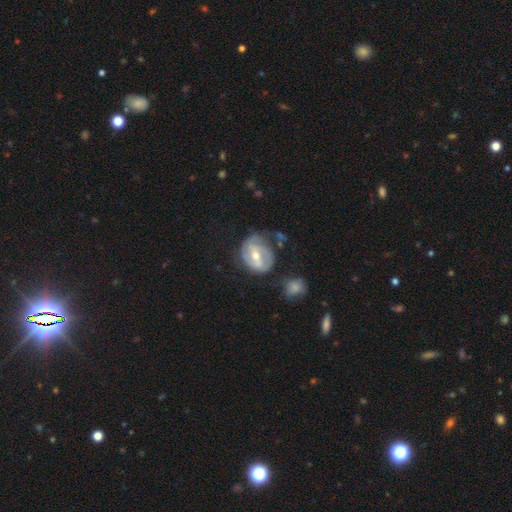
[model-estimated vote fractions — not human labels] Smooth or featured?
  - featured or disk: 76% *
  - smooth: 19%
  - star or artifact: 5%
Edge-on disk?
  - no: 97% *
  - yes: 3%
Bar?
  - weak: 46% *
  - strong: 31%
  - no: 23%
Spiral arms?
  - yes: 84% *
  - no: 16%
Spiral winding?
  - tight: 44% *
  - medium: 39%
  - loose: 17%
Spiral arm count?
  - 2: 59% *
  - can't tell: 21%
  - 3: 10%
  - 1: 7%
  - 4: 2%
  - more than 4: 2%
Bulge size?
  - moderate: 62% *
  - small: 33%
  - large: 3%
  - none: 1%
  - dominant: 1%
Merging?
  - none: 52% *
  - minor disturbance: 27%
  - major disturbance: 16%
  - merger: 6%